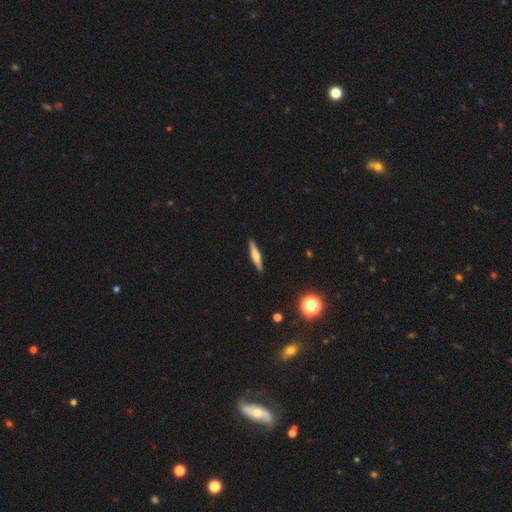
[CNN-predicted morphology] Overall: featured or disk (52%; smooth 41%). Edge-on disk: yes (96%). Edge-on bulge: rounded (76%). Merging: none (91%).